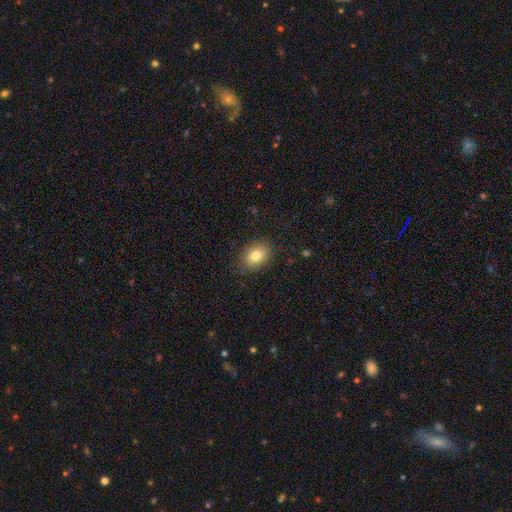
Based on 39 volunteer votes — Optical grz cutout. It shows a smooth galaxy with no disk features (79%) that is in between round and cigar-shaped (77%). Merging: none (84%).